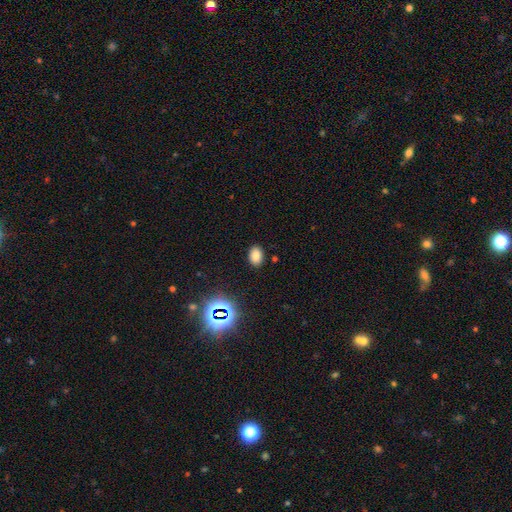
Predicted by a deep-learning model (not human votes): Smooth or featured: smooth — 79% (star or artifact — 16%)
How rounded: in between — 83% (round — 16%)
Merging: none — 88% (minor disturbance — 8%)